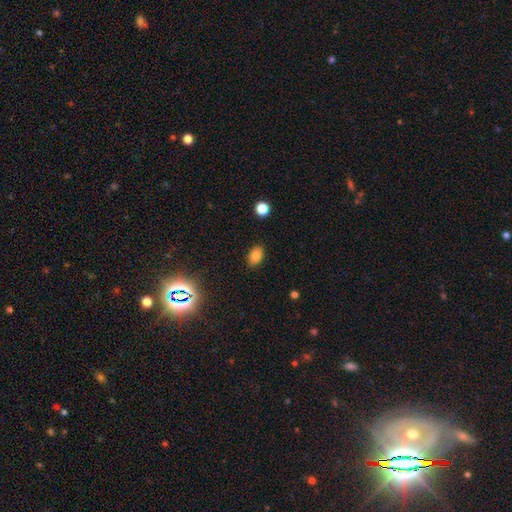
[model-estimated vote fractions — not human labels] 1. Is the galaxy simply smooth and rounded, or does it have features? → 81% smooth, 12% star or artifact, 7% featured or disk.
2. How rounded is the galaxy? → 86% in between, 13% round, 1% cigar-shaped.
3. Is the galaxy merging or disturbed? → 87% none, 10% minor disturbance, 2% major disturbance, 1% merger.